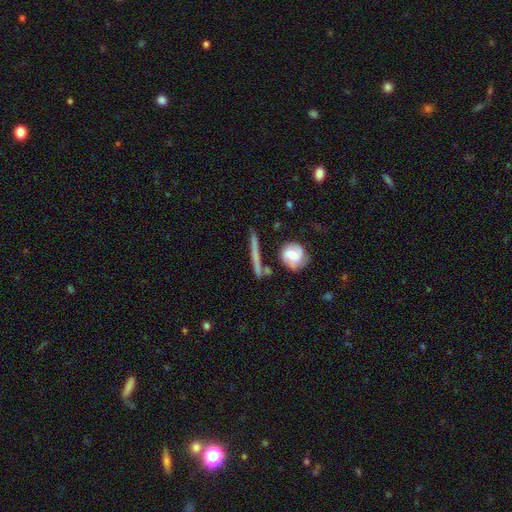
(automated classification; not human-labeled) Smooth or featured?
  - featured or disk: 47% *
  - smooth: 44%
  - star or artifact: 9%
Merging?
  - none: 75% *
  - minor disturbance: 12%
  - merger: 8%
  - major disturbance: 4%